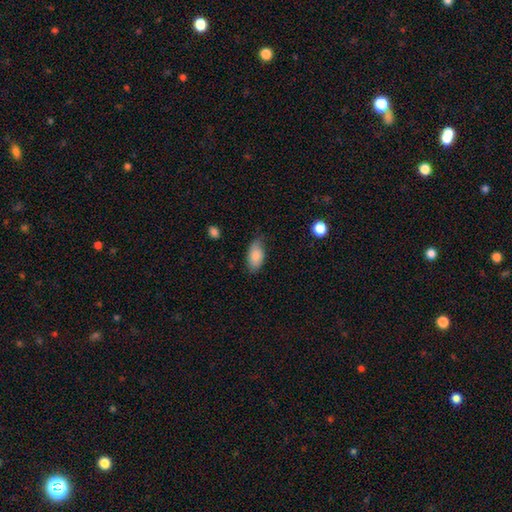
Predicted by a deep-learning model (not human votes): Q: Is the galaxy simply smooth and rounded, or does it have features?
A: smooth — 84%.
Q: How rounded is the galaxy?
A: in between — 93%.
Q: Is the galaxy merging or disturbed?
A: none — 70%.